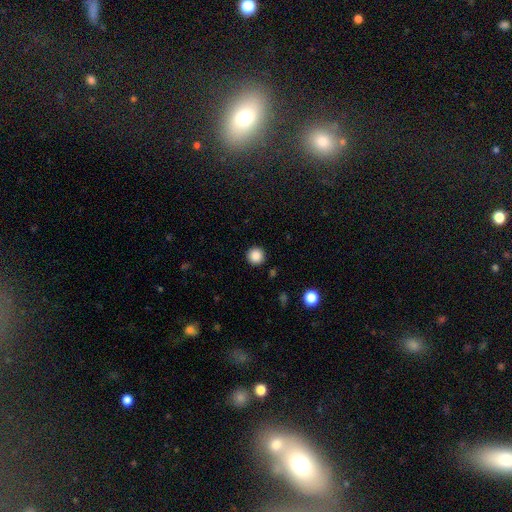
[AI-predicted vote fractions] This is clearly a smooth galaxy (87%). How rounded: clearly round (95%). Merging: clearly none (92%).